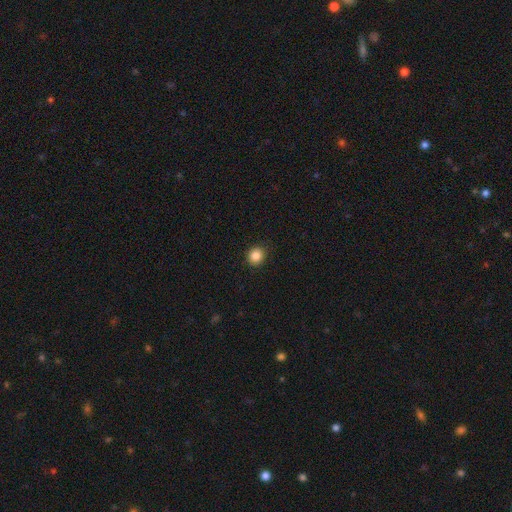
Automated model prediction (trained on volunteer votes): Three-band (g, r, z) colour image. It shows a smooth galaxy with no disk features (86%) that is round (84%). Merging: none (91%).